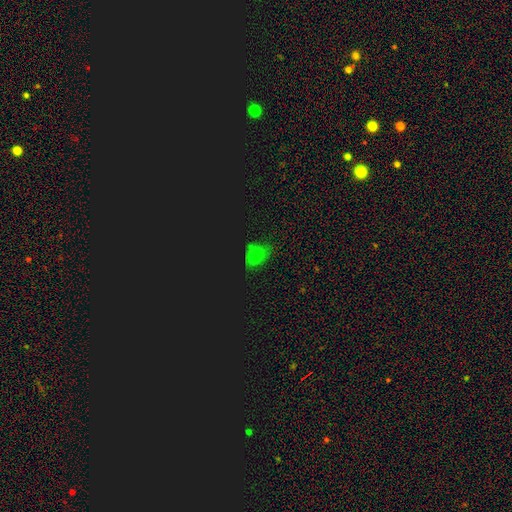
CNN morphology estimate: A smooth galaxy with no disk features (51%) that is in between round and cigar-shaped (56%). Merging: none (66%).